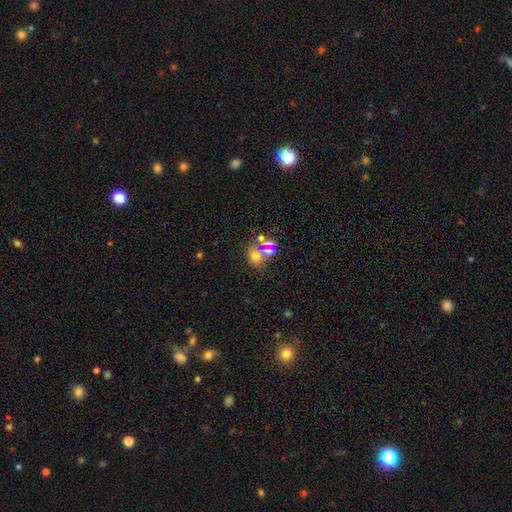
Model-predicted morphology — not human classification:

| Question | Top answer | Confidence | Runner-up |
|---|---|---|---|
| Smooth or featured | smooth | 63% | star or artifact (22%) |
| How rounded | round | 62% | in between (37%) |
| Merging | none | 49% | merger (36%) |